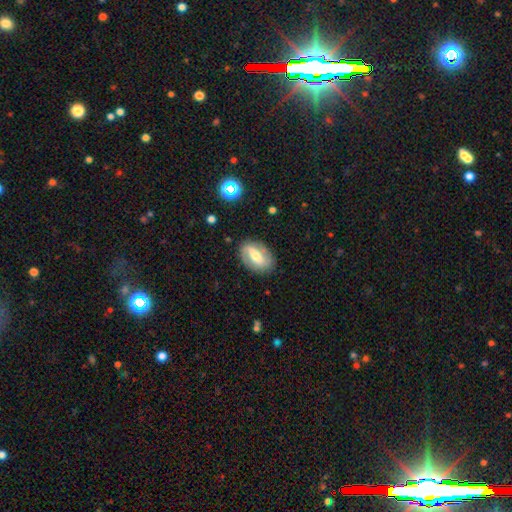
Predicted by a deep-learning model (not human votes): The model was most divided on "bar": weak: 41%, strong: 38%, no: 21%. More confident: edge-on disk — no (94%); merging — none (81%); spiral arms — yes (79%); smooth or featured — featured or disk (64%); bulge size — moderate (60%).